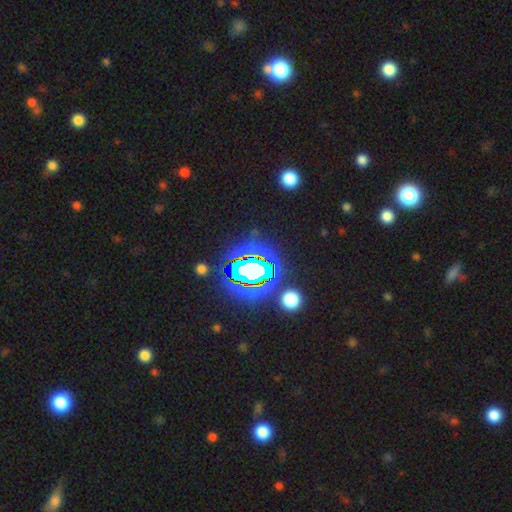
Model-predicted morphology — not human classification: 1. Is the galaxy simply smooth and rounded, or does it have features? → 82% star or artifact, 11% smooth, 7% featured or disk.